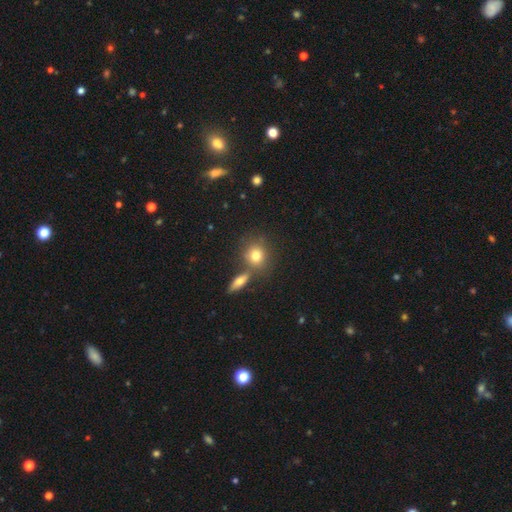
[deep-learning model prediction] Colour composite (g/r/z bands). It shows a smooth galaxy with no disk features (77%) that is round (78%). Merging: none (64%).